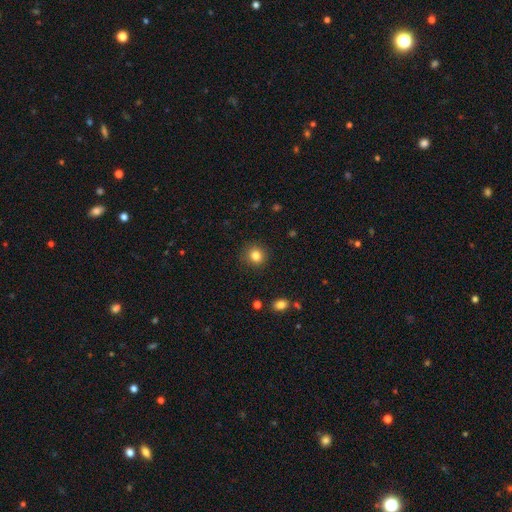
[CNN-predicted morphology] Smooth or featured: smooth — 83% (star or artifact — 11%)
How rounded: round — 88% (in between — 11%)
Merging: none — 88% (minor disturbance — 8%)